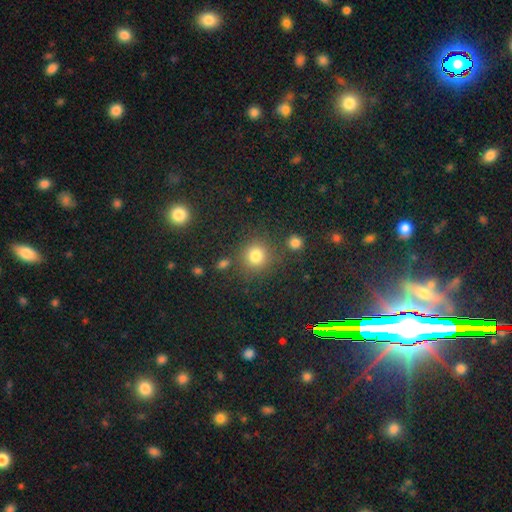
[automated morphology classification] type=smooth (78%); roundness=round (89%); merging=none (79%).